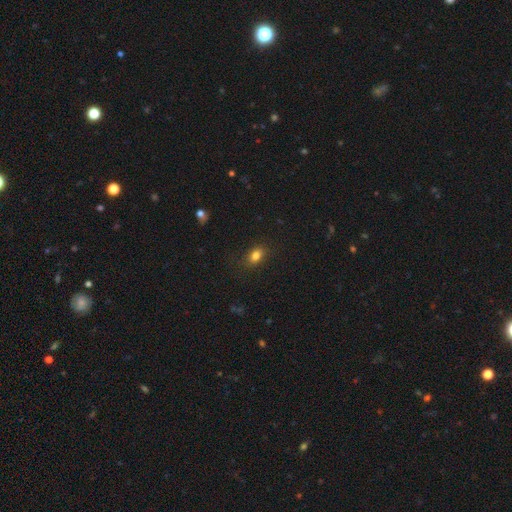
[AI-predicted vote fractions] Morphology: type=smooth (81%); roundness=in between (77%); merging=none (85%).